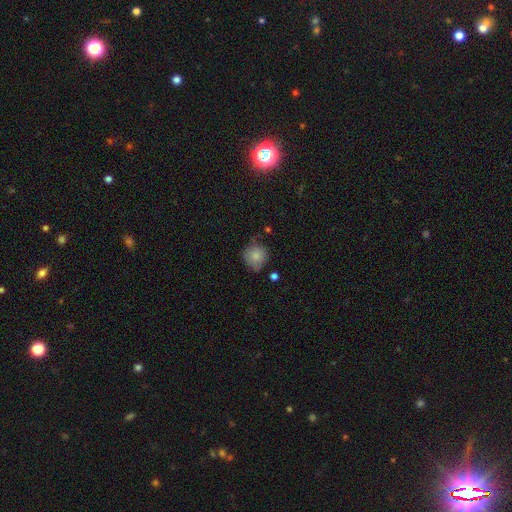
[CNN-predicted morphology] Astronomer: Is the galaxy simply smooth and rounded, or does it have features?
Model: smooth — 83%.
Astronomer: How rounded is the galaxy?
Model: round — 87%.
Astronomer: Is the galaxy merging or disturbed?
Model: none — 65%.